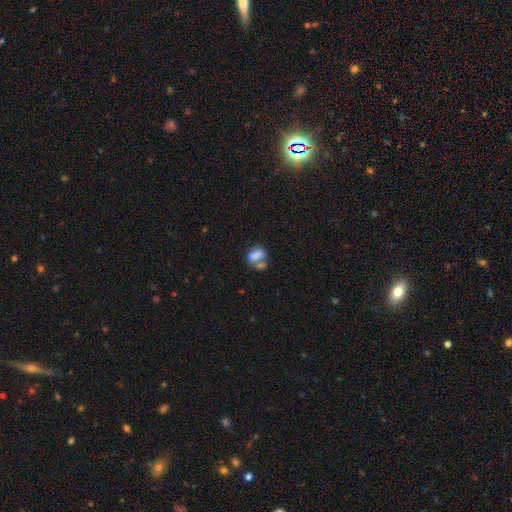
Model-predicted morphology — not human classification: Smooth or featured: smooth — 76% (featured or disk — 14%)
How rounded: in between — 79% (round — 17%)
Merging: merger — 45% (none — 33%)